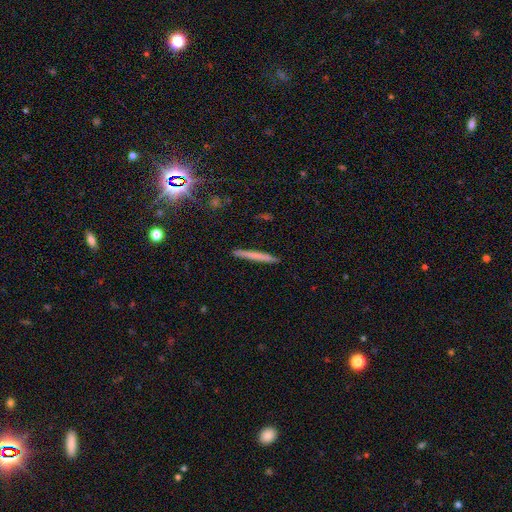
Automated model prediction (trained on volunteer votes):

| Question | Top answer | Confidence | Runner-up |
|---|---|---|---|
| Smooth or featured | smooth | 63% | featured or disk (29%) |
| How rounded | cigar-shaped | 96% | in between (2%) |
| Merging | none | 91% | minor disturbance (6%) |